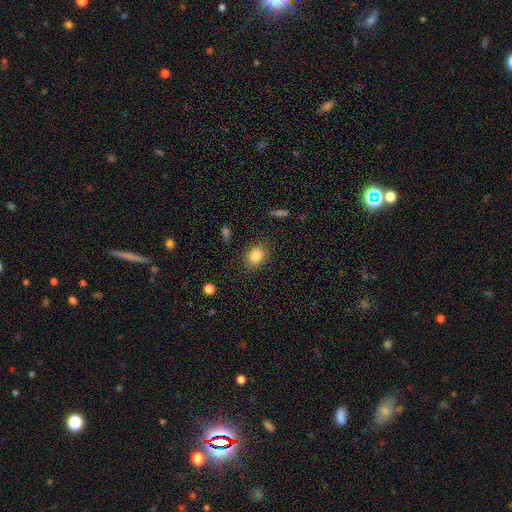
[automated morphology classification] Smooth or featured: smooth — 83% (star or artifact — 10%)
How rounded: in between — 52% (round — 47%)
Merging: none — 84% (minor disturbance — 11%)